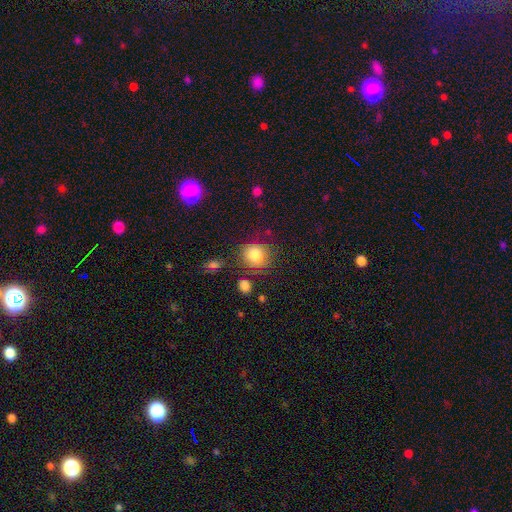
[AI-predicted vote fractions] The model was most divided on "merging": none: 73%, minor disturbance: 17%, major disturbance: 6%, merger: 5%. More confident: how rounded — round (80%); smooth or featured — smooth (80%).